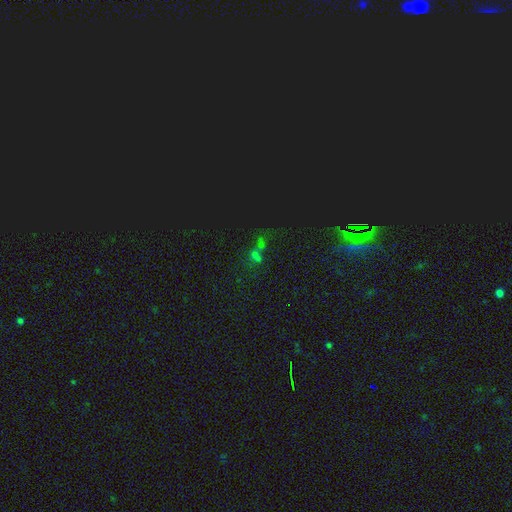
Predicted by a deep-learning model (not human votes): star or artifact 59%, smooth 26%, featured or disk 15%.